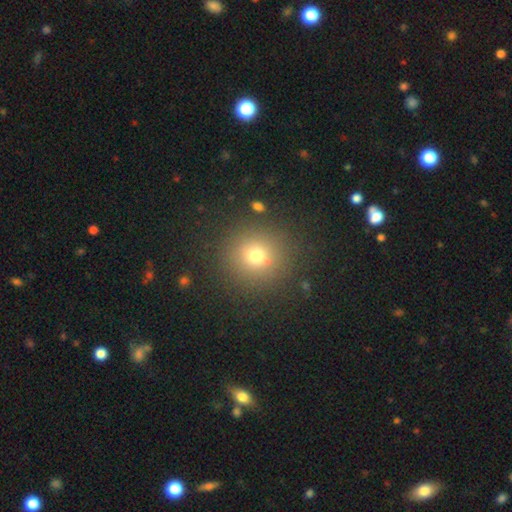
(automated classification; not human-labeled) A smooth galaxy with no disk features (70%) that is round (93%).

Vote fractions:
- Smooth or featured? smooth: 70% / star or artifact: 19% / featured or disk: 11%
- How rounded? round: 93% / in between: 6% / cigar-shaped: 1%
- Merging? none: 87% / minor disturbance: 7% / major disturbance: 3% / merger: 2%